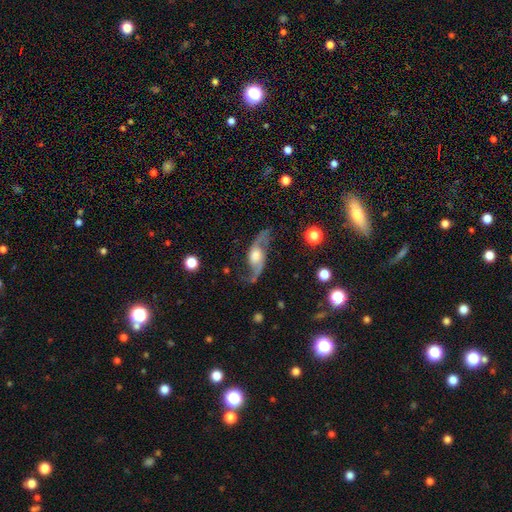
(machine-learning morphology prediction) Smooth or featured?
  - featured or disk: 86% *
  - smooth: 8%
  - star or artifact: 6%
Edge-on disk?
  - no: 91% *
  - yes: 9%
Bar?
  - no: 60% *
  - weak: 31%
  - strong: 9%
Spiral arms?
  - yes: 96% *
  - no: 4%
Spiral winding?
  - loose: 72% *
  - medium: 23%
  - tight: 6%
Spiral arm count?
  - 2: 93% *
  - can't tell: 2%
  - 1: 2%
  - 3: 1%
  - 4: 1%
  - more than 4: 1%
Bulge size?
  - moderate: 55% *
  - large: 22%
  - small: 17%
  - none: 3%
  - dominant: 3%
Merging?
  - none: 70% *
  - minor disturbance: 17%
  - major disturbance: 10%
  - merger: 3%